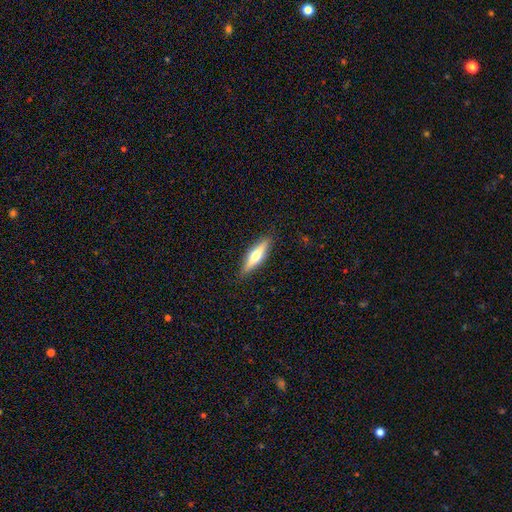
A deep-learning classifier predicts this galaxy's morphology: Smooth or featured? Predicted: smooth (p=0.49). Merging? Predicted: none (p=0.89).